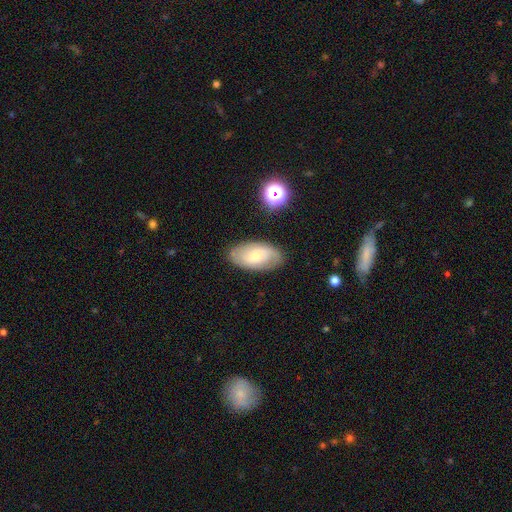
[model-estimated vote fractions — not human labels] Smooth or featured? featured or disk (52%)
Edge-on disk? no (93%)
Merging? none (80%)